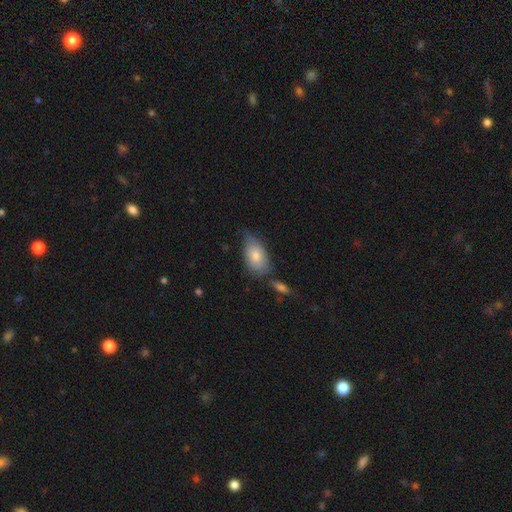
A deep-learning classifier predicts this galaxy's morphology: type=smooth (78%); roundness=in between (91%); merging=none (48%).